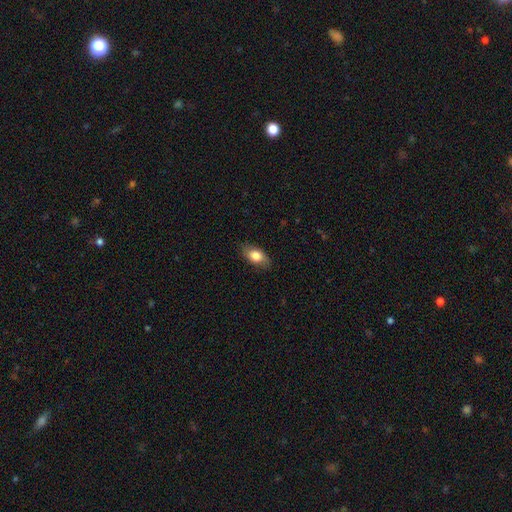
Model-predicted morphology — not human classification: Q: Smooth or featured?
A: smooth (79%); runner-up: featured or disk (15%)
Q: How rounded?
A: in between (88%); runner-up: round (8%)
Q: Merging?
A: none (83%); runner-up: minor disturbance (14%)